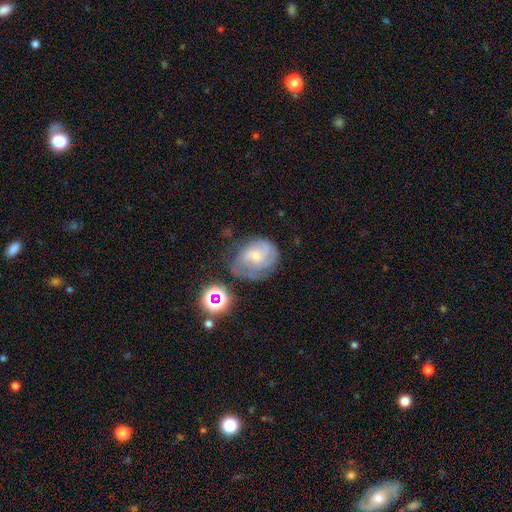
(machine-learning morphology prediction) Smooth or featured? Predicted: featured or disk (p=0.63). Edge-on disk? Predicted: no (p=0.97). Bar? Predicted: no (p=0.68). Spiral arms? Predicted: yes (p=0.86). Spiral winding? Predicted: tight (p=0.45). Spiral arm count? Predicted: can't tell (p=0.36). Bulge size? Predicted: small (p=0.66). Merging? Predicted: none (p=0.48).